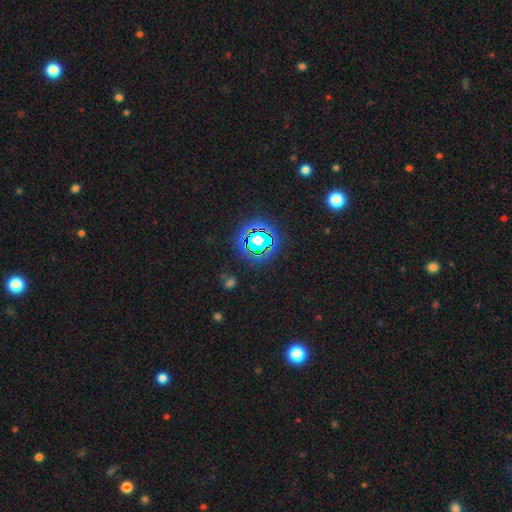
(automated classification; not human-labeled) Overall: star or artifact (77%).